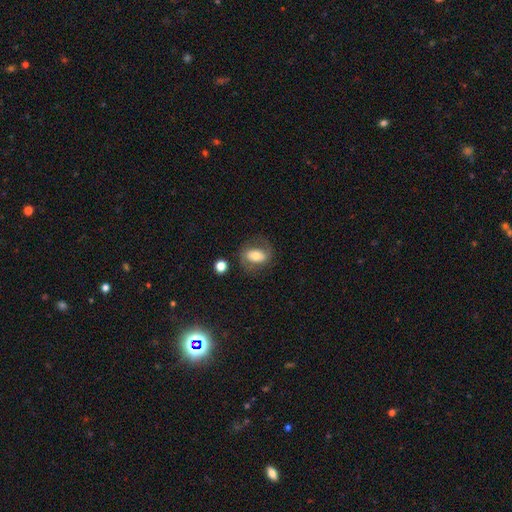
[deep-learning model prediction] A featured or disk galaxy (47%).

Vote fractions:
- Smooth or featured? featured or disk: 47% / smooth: 45% / star or artifact: 8%
- Merging? none: 64% / minor disturbance: 19% / major disturbance: 13% / merger: 4%